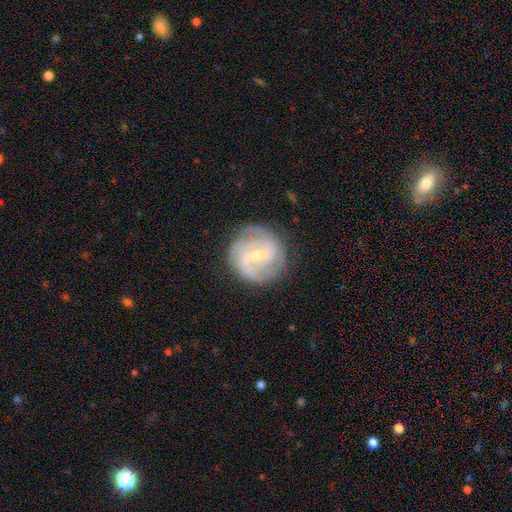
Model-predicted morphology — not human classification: Smooth or featured?
  - featured or disk: 83% *
  - smooth: 12%
  - star or artifact: 6%
Edge-on disk?
  - no: 98% *
  - yes: 2%
Bar?
  - weak: 53% *
  - strong: 25%
  - no: 22%
Spiral arms?
  - yes: 94% *
  - no: 6%
Spiral winding?
  - tight: 52% *
  - medium: 37%
  - loose: 11%
Spiral arm count?
  - 2: 50% *
  - can't tell: 22%
  - 3: 15%
  - 4: 5%
  - 1: 4%
  - more than 4: 4%
Bulge size?
  - small: 60% *
  - moderate: 37%
  - large: 1%
  - none: 1%
  - dominant: 1%
Merging?
  - none: 80% *
  - minor disturbance: 14%
  - major disturbance: 5%
  - merger: 1%